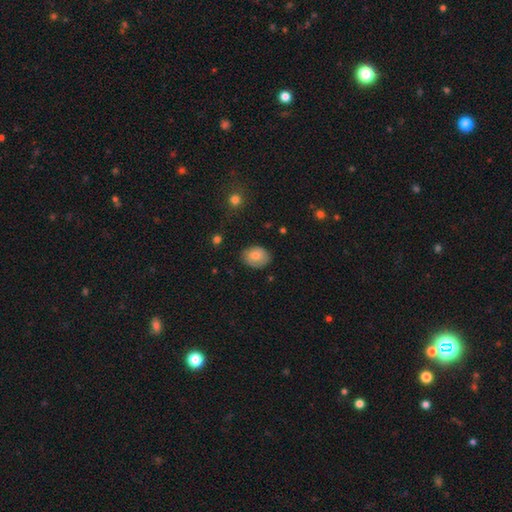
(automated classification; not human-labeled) Q: Smooth or featured?
A: smooth (72%); runner-up: featured or disk (20%)
Q: How rounded?
A: in between (57%); runner-up: round (42%)
Q: Merging?
A: none (78%); runner-up: minor disturbance (17%)